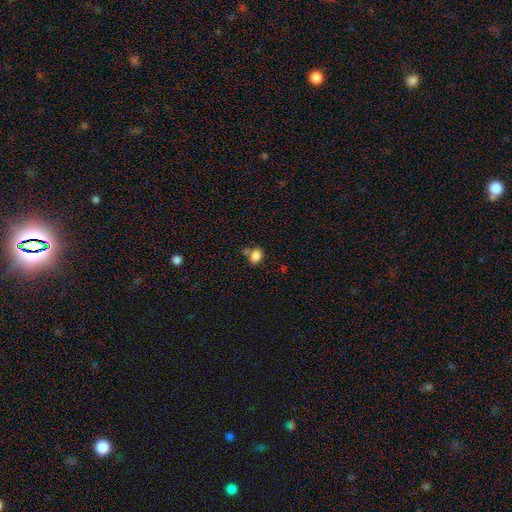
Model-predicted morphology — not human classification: The model was most divided on "how rounded": in between: 59%, round: 40%, cigar-shaped: 1%. More confident: smooth or featured — smooth (84%); merging — none (59%).